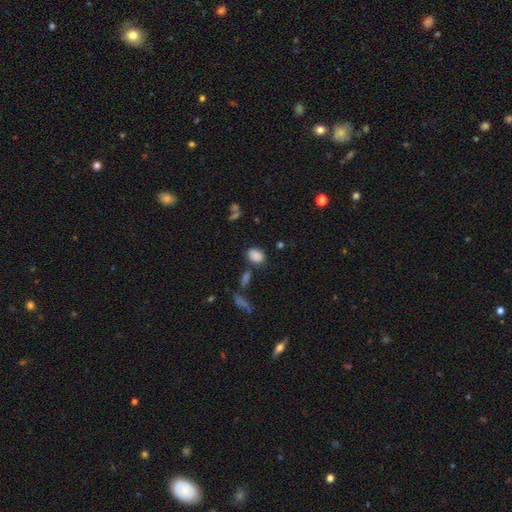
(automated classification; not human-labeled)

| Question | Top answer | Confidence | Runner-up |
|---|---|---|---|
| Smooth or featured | smooth | 85% | star or artifact (10%) |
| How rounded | in between | 72% | round (27%) |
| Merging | none | 76% | minor disturbance (13%) |